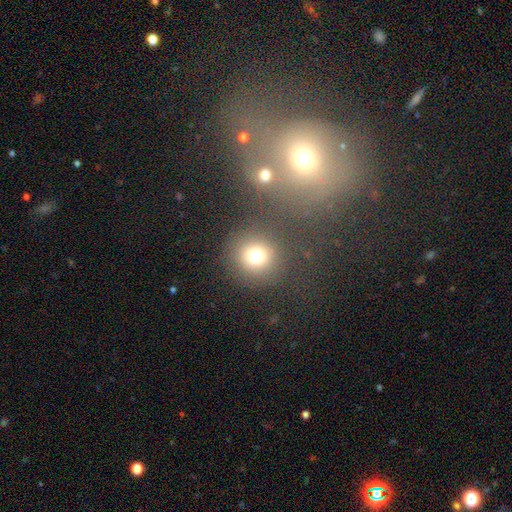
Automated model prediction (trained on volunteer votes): Morphology: type=smooth (73%); roundness=round (91%); merging=none (81%).